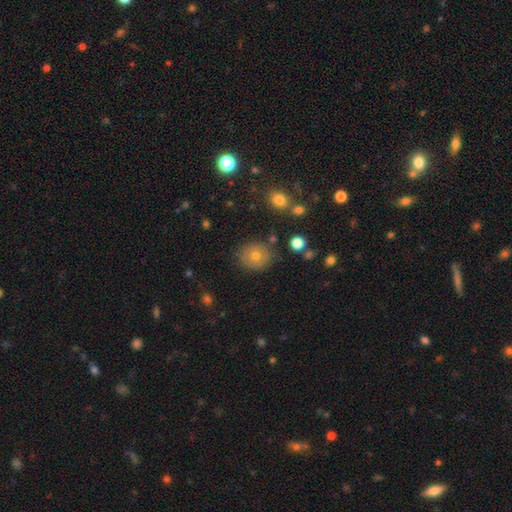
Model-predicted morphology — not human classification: type=smooth (69%); roundness=round (80%); merging=none (86%).